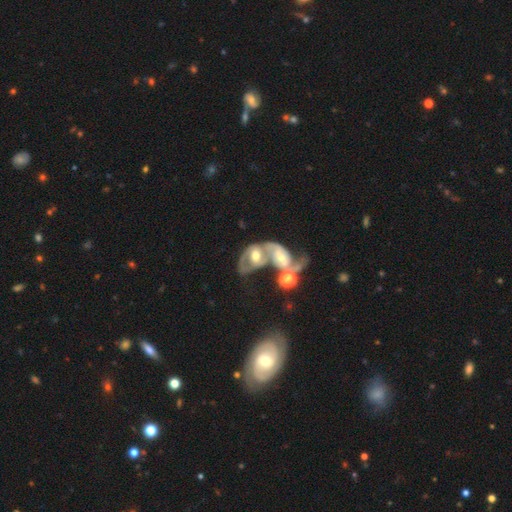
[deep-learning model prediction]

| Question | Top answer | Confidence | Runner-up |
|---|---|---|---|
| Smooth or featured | featured or disk | 70% | smooth (22%) |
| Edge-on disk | no | 95% | yes (5%) |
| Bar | no | 47% | weak (35%) |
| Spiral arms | yes | 73% | no (27%) |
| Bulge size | moderate | 62% | small (20%) |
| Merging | merger | 70% | major disturbance (12%) |